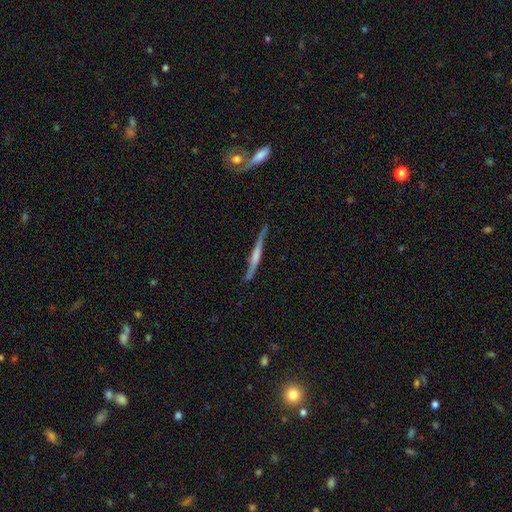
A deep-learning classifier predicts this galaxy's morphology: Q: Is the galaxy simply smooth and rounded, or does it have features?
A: featured or disk — 68%.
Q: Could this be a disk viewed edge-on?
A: yes — 94%.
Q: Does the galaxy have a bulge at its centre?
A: none — 39%.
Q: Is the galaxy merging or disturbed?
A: none — 77%.